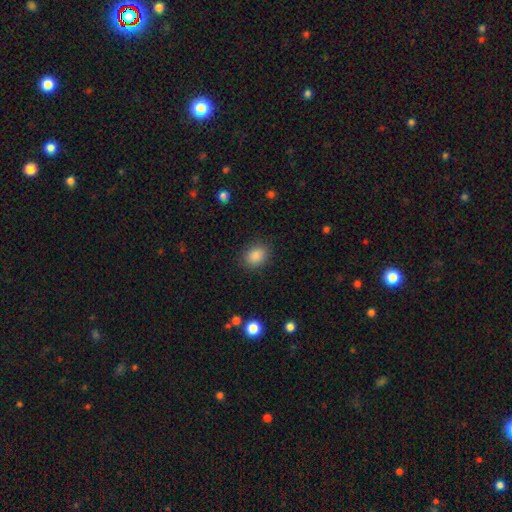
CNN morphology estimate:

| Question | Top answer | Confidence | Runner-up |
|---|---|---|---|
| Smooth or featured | smooth | 87% | star or artifact (9%) |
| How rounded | in between | 61% | round (38%) |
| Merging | none | 86% | minor disturbance (9%) |